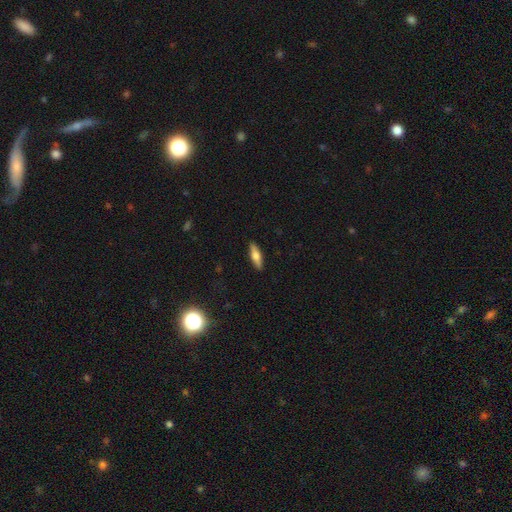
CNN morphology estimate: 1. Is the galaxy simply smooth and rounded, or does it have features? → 57% smooth, 37% featured or disk, 6% star or artifact.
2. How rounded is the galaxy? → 60% cigar-shaped, 38% in between, 2% round.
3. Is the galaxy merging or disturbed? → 90% none, 7% minor disturbance, 2% major disturbance, 1% merger.